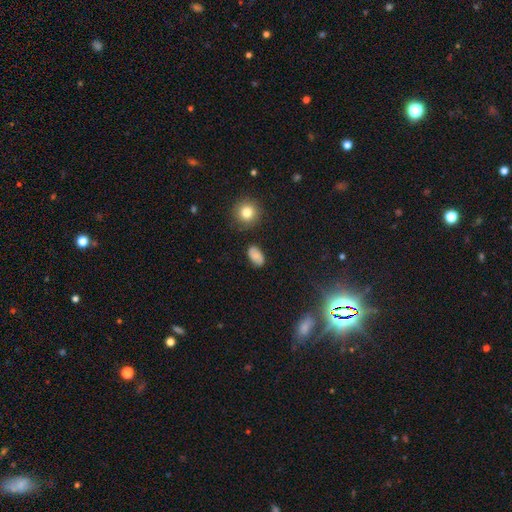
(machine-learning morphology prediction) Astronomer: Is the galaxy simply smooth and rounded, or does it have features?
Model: smooth — 70%.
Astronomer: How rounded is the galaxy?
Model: in between — 87%.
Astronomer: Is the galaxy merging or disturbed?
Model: none — 81%.